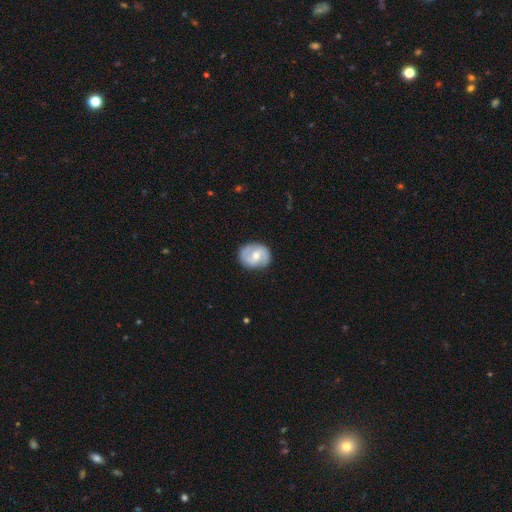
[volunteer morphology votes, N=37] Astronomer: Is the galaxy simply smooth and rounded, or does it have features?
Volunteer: featured or disk — 70%.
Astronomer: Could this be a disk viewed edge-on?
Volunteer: no — 100%.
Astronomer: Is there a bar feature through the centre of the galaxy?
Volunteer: weak — 42% (runner-up: no, 38%).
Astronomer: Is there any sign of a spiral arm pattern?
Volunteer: yes — 92%.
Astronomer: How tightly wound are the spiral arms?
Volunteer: medium — 67%.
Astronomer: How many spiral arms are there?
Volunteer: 2 — 88%.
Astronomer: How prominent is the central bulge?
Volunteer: moderate — 81%.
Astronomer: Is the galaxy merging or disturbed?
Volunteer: none — 89%.